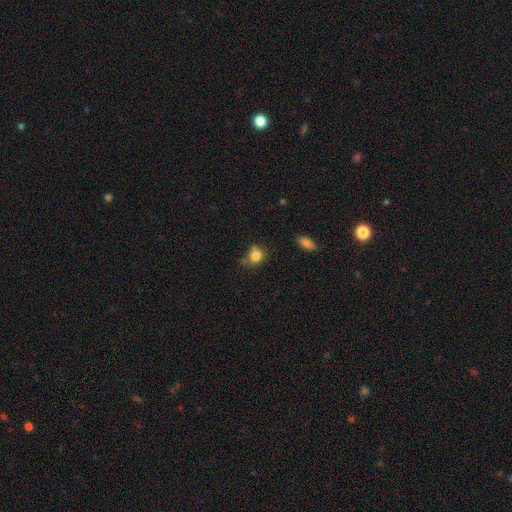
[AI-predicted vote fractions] Smooth or featured? Predicted: smooth (p=0.81). How rounded? Predicted: round (p=0.70). Merging? Predicted: none (p=0.57).